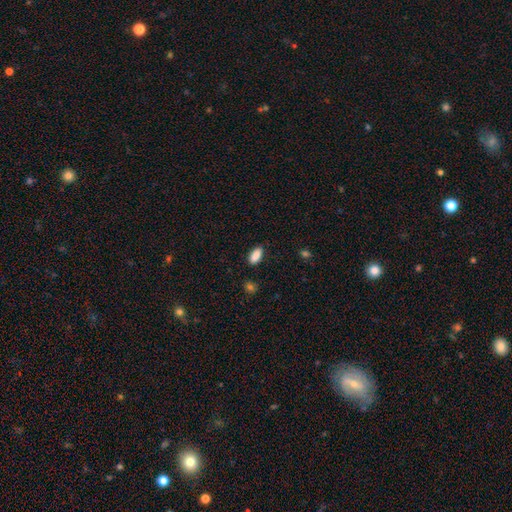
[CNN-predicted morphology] smooth-or-featured: smooth: 89% | star or artifact: 8% | featured or disk: 4%
  how-rounded: in between: 88% | cigar-shaped: 9% | round: 3%
  merging: none: 85% | minor disturbance: 12% | major disturbance: 2% | merger: 1%